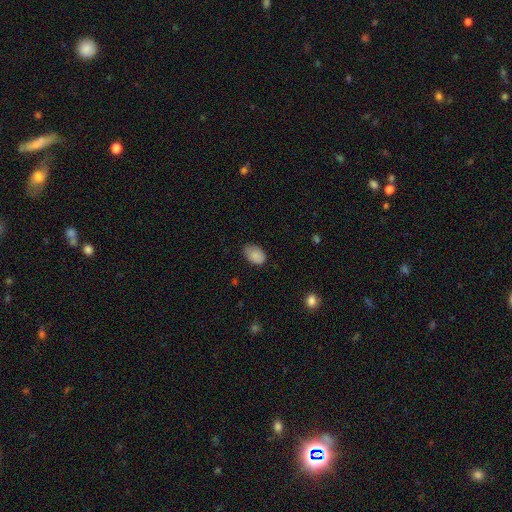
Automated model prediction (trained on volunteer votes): smooth-or-featured: smooth: 86% | star or artifact: 8% | featured or disk: 6%
  how-rounded: in between: 88% | round: 11% | cigar-shaped: 1%
  merging: none: 68% | minor disturbance: 26% | major disturbance: 5% | merger: 1%